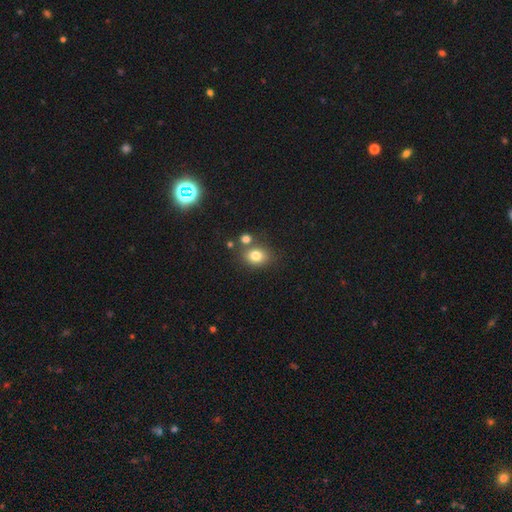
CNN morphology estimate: type=smooth (79%); roundness=round (53%); merging=none (66%).